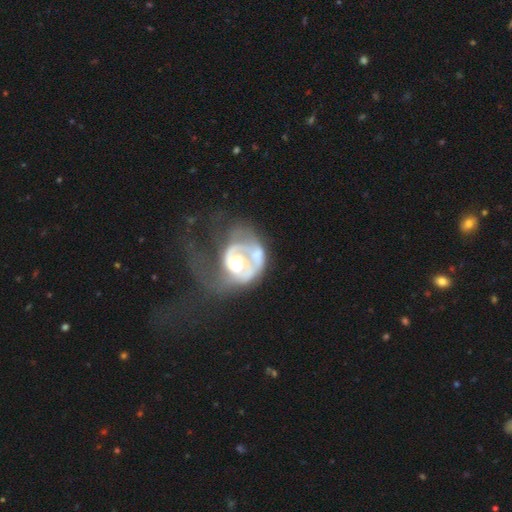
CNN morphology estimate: A featured or disk galaxy (79%) with no bar (74%), 1 (54%) tight (44%) spiral arms (72%) and a moderate central bulge (58%).

Vote fractions:
- Smooth or featured? featured or disk: 79% / smooth: 15% / star or artifact: 6%
- Edge-on disk? no: 98% / yes: 2%
- Bar? no: 74% / weak: 20% / strong: 6%
- Spiral arms? yes: 72% / no: 28%
- Spiral winding? tight: 44% / medium: 31% / loose: 25%
- Spiral arm count? 1: 54% / 2: 21% / can't tell: 19% / 3: 3% / 4: 2% / more than 4: 2%
- Bulge size? moderate: 58% / large: 29% / small: 8% / dominant: 3% / none: 3%
- Merging? major disturbance: 49% / none: 21% / minor disturbance: 15% / merger: 15%